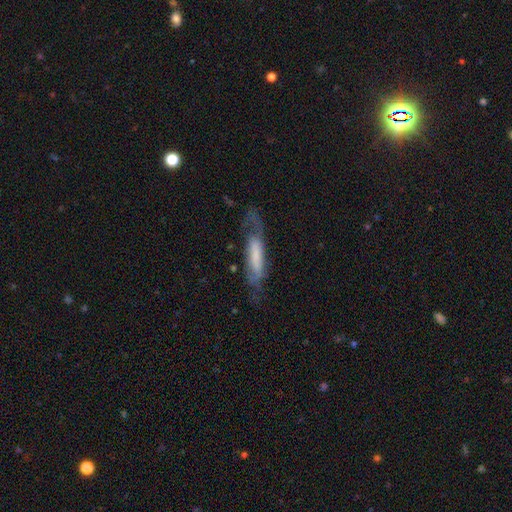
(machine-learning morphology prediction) smooth-or-featured: featured or disk: 53% | smooth: 39% | star or artifact: 7%
  disk-edge-on: no: 64% | yes: 36%
  merging: none: 48% | major disturbance: 25% | minor disturbance: 24% | merger: 2%